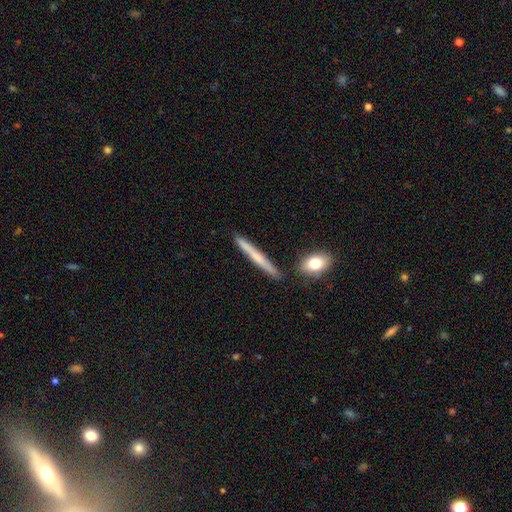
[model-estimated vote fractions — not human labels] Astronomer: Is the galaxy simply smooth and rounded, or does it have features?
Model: smooth — 55% (runner-up: featured or disk, 39%).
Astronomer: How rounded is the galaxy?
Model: cigar-shaped — 96%.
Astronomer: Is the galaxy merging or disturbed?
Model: none — 87%.